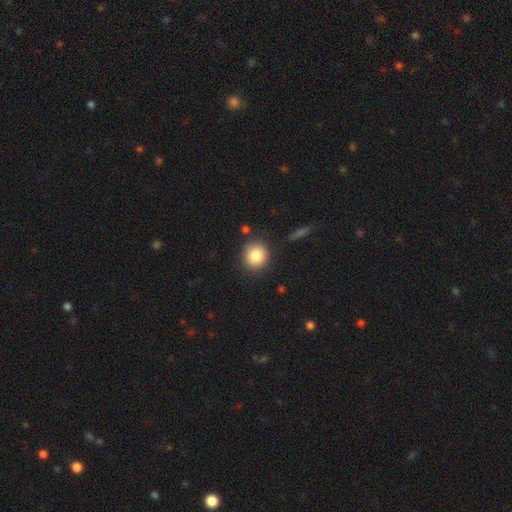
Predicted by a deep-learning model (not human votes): Q: Smooth or featured?
A: smooth (85%); runner-up: star or artifact (9%)
Q: How rounded?
A: round (85%); runner-up: in between (14%)
Q: Merging?
A: none (84%); runner-up: minor disturbance (10%)